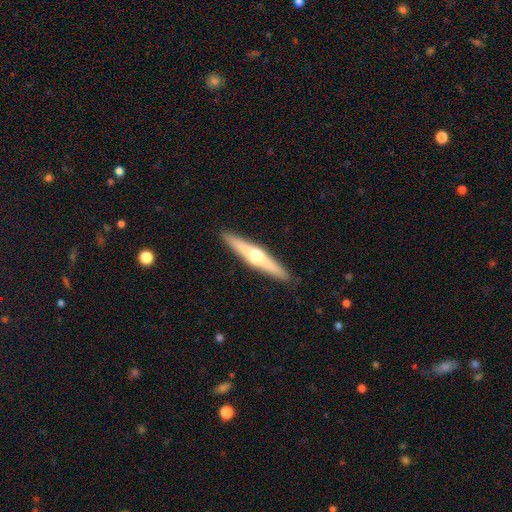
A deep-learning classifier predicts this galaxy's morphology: smooth_or_featured: featured or disk (p=0.64) [alt: smooth p=0.31]
disk_edge_on: yes (p=0.96) [alt: no p=0.04]
edge_on_bulge: rounded (p=0.93) [alt: none p=0.04]
merging: none (p=0.91) [alt: minor disturbance p=0.07]